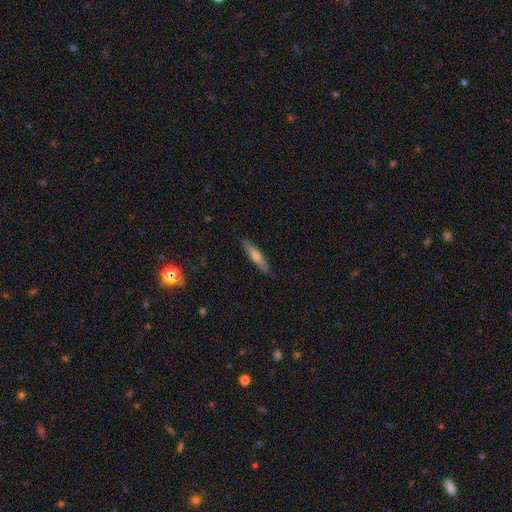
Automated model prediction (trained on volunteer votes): The model was most divided on "smooth or featured": smooth: 47%, featured or disk: 46%, star or artifact: 7%. More confident: merging — none (89%).